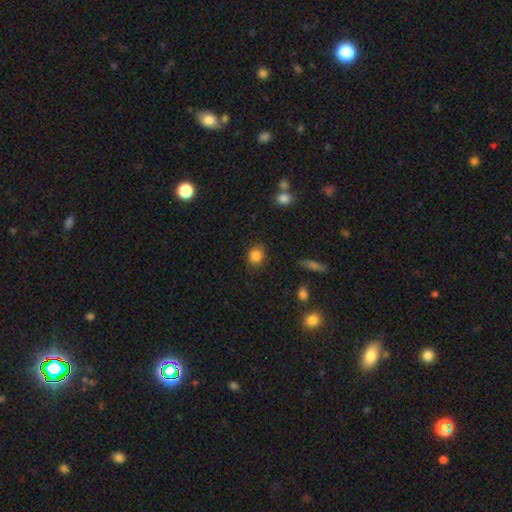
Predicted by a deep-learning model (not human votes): Smooth or featured: smooth — 85% (star or artifact — 10%)
How rounded: round — 65% (in between — 34%)
Merging: none — 80% (minor disturbance — 15%)